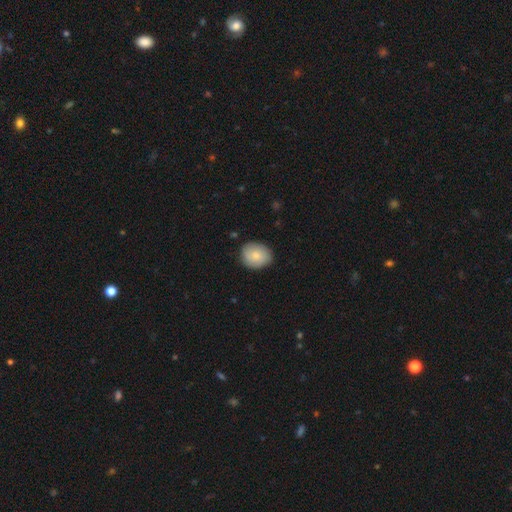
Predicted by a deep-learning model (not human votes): The model was most divided on "how rounded": round: 60%, in between: 39%, cigar-shaped: 1%. More confident: merging — none (83%); smooth or featured — smooth (81%).